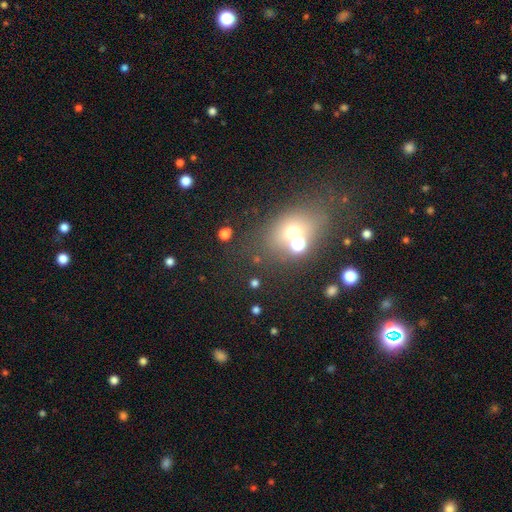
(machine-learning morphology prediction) type=star or artifact (42%).